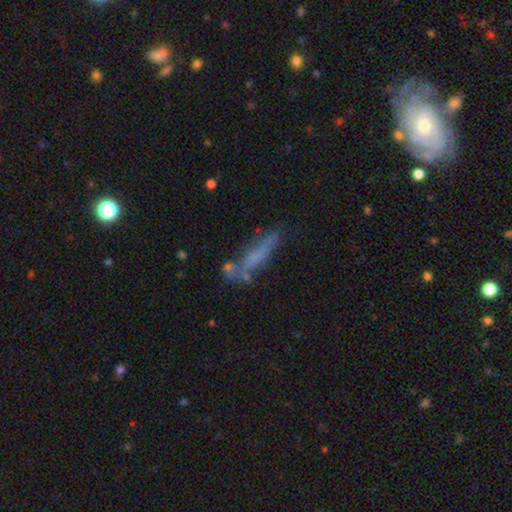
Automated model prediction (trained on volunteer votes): Q: Smooth or featured?
A: smooth (47%); runner-up: featured or disk (39%)
Q: Merging?
A: none (49%); runner-up: minor disturbance (21%)